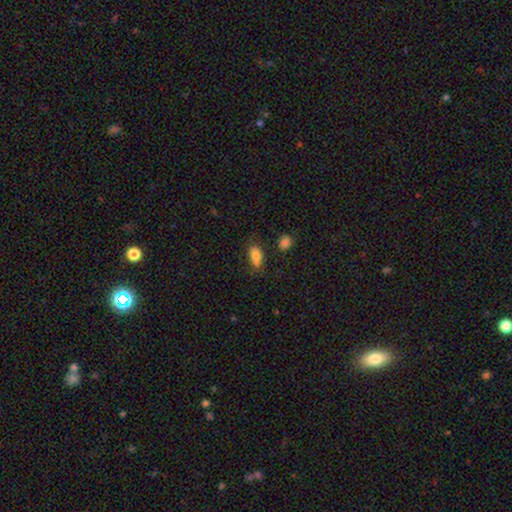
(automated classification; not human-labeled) Smooth or featured?
  - smooth: 79% *
  - featured or disk: 12%
  - star or artifact: 9%
How rounded?
  - in between: 87% *
  - round: 9%
  - cigar-shaped: 4%
Merging?
  - none: 63% *
  - minor disturbance: 22%
  - merger: 10%
  - major disturbance: 6%